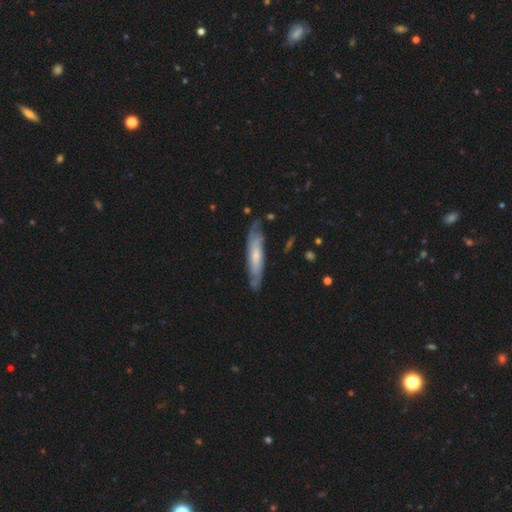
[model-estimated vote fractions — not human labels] featured or disk 63%, smooth 32%, star or artifact 5%. Down the decision tree: edge-on disk — no (61%); merging — none (72%).